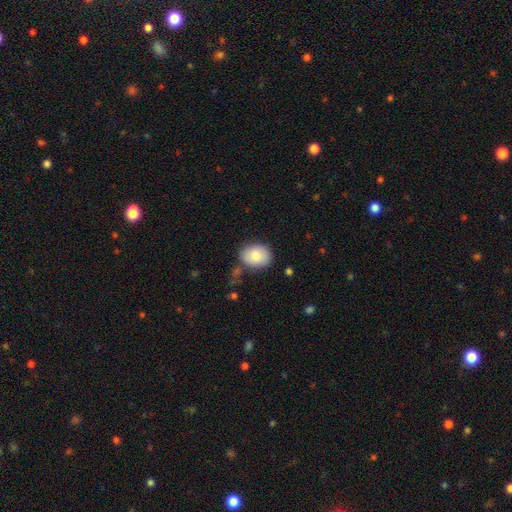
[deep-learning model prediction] Smooth or featured? smooth (79%)
How rounded? in between (56%)
Merging? none (77%)